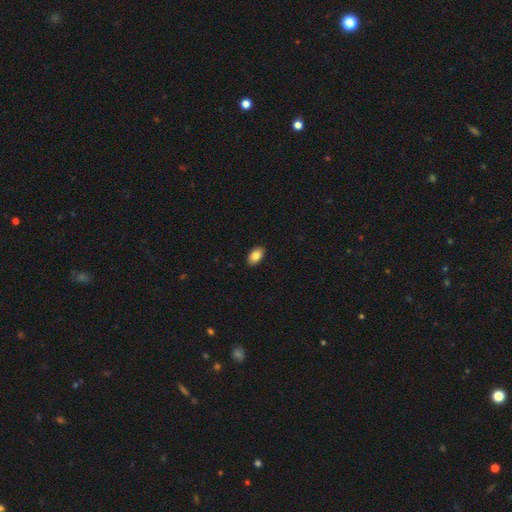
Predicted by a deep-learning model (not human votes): Overall: smooth (84%). How rounded: in between (92%). Merging: none (90%).